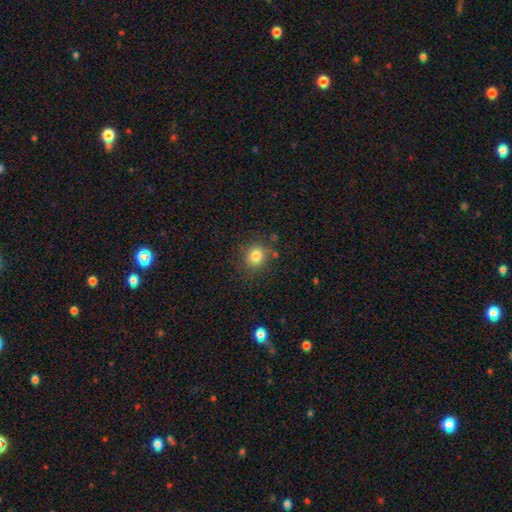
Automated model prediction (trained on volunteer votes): smooth 82%, star or artifact 12%, featured or disk 6%. Down the decision tree: how rounded — round (82%); merging — none (79%).